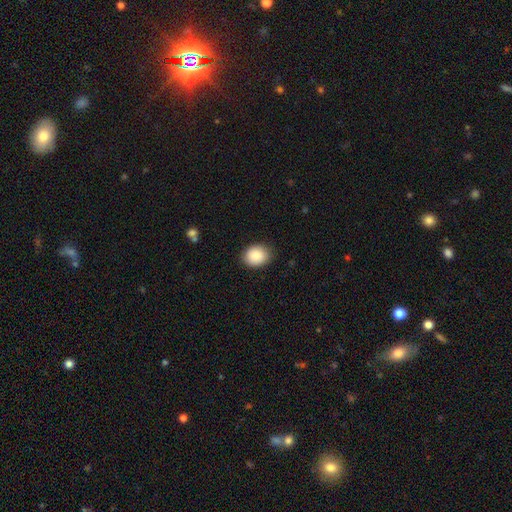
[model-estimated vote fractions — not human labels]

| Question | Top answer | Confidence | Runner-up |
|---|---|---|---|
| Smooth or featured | smooth | 88% | star or artifact (7%) |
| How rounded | in between | 54% | round (45%) |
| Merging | none | 85% | minor disturbance (11%) |